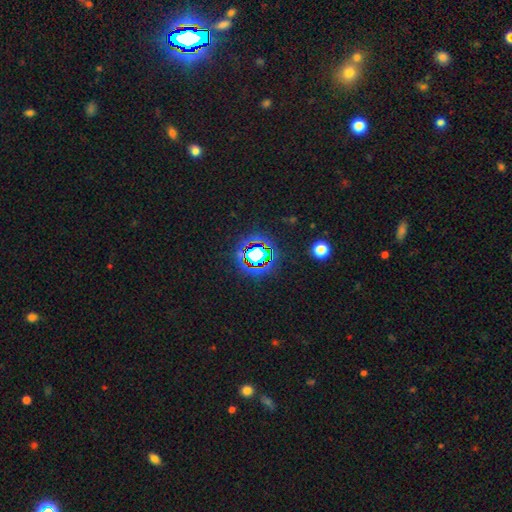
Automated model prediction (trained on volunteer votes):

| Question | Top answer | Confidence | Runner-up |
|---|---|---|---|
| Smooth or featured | star or artifact | 69% | smooth (19%) |